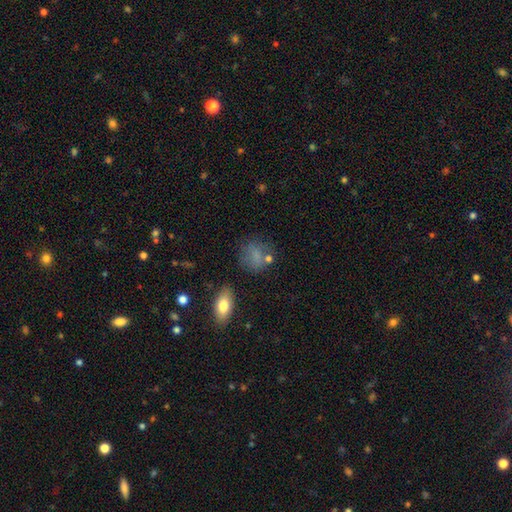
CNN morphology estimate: A smooth galaxy with no disk features (74%) that is round (64%).

Vote fractions:
- Smooth or featured? smooth: 74% / featured or disk: 13% / star or artifact: 13%
- How rounded? round: 64% / in between: 33% / cigar-shaped: 2%
- Merging? none: 62% / minor disturbance: 20% / major disturbance: 10% / merger: 8%